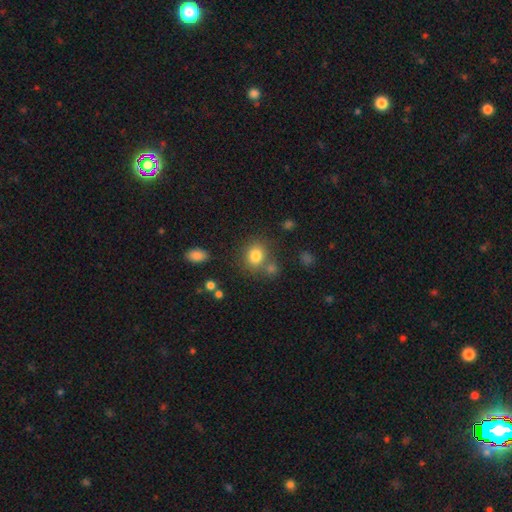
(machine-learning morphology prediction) The model was most divided on "how rounded": round: 75%, in between: 24%, cigar-shaped: 1%. More confident: smooth or featured — smooth (81%); merging — none (68%).